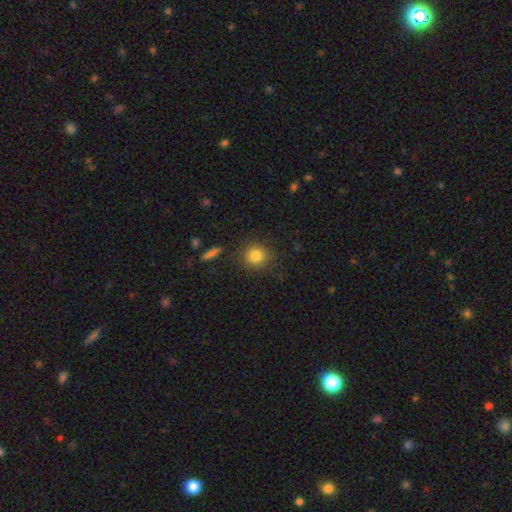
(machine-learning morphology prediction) A smooth galaxy with no disk features (83%) that is round (89%).

Vote fractions:
- Smooth or featured? smooth: 83% / star or artifact: 10% / featured or disk: 7%
- How rounded? round: 89% / in between: 10% / cigar-shaped: 1%
- Merging? none: 85% / minor disturbance: 9% / major disturbance: 3% / merger: 2%